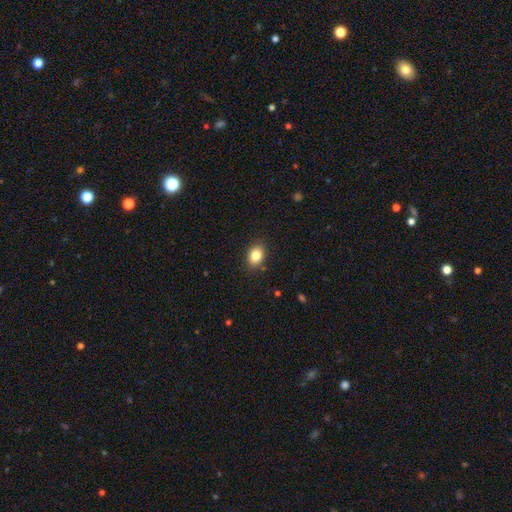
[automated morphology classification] smooth_or_featured: smooth (p=0.84) [alt: star or artifact p=0.09]
how_rounded: in between (p=0.69) [alt: round p=0.30]
merging: none (p=0.87) [alt: minor disturbance p=0.09]